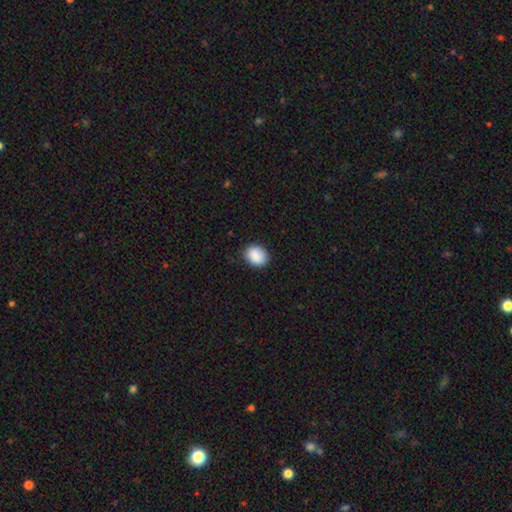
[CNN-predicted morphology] This is clearly a smooth galaxy (89%). How rounded: possibly in between (53%). Merging: clearly none (84%).